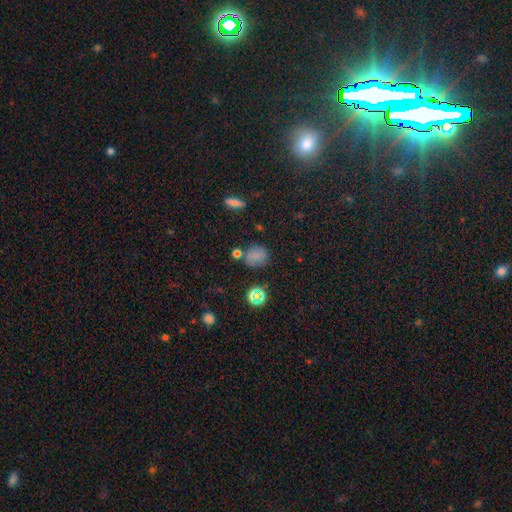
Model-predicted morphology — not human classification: smooth_or_featured: smooth (p=0.70) [alt: star or artifact p=0.22]
how_rounded: round (p=0.73) [alt: in between p=0.25]
merging: none (p=0.68) [alt: minor disturbance p=0.17]